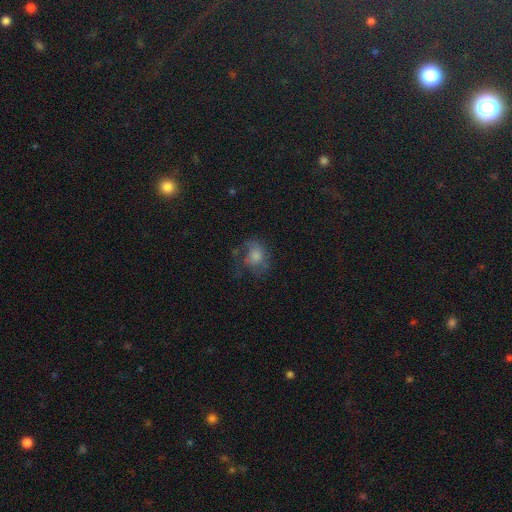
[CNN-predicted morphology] This is possibly a smooth galaxy (47%). Merging: possibly none (49%).